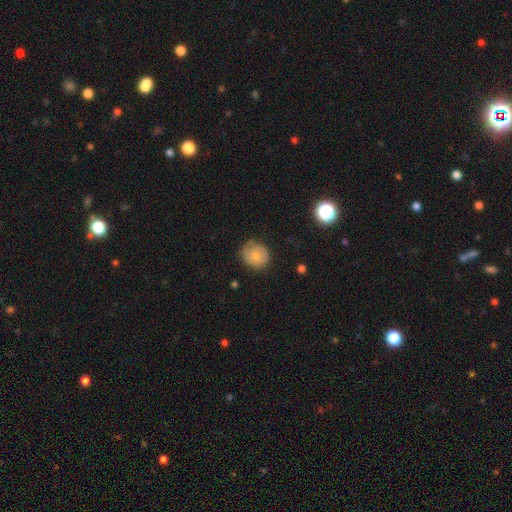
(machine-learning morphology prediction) Smooth or featured? smooth (71%)
How rounded? round (83%)
Merging? none (74%)